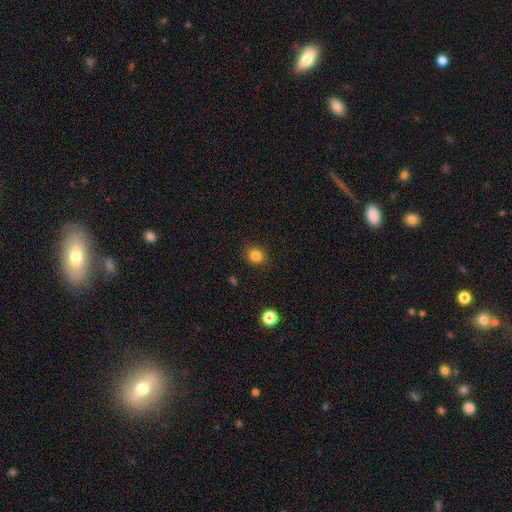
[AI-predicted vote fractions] The model was most divided on "how rounded": round: 83%, in between: 16%, cigar-shaped: 1%. More confident: merging — none (90%); smooth or featured — smooth (84%).